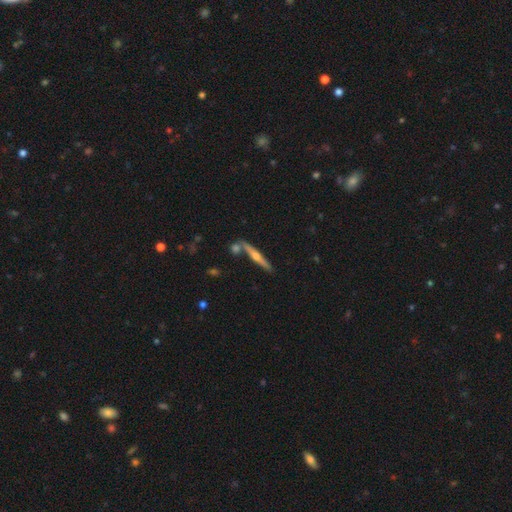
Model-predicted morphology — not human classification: The model was most divided on "smooth or featured": featured or disk: 68%, smooth: 27%, star or artifact: 6%. More confident: edge-on disk — yes (97%); edge-on bulge — rounded (90%); merging — none (79%).